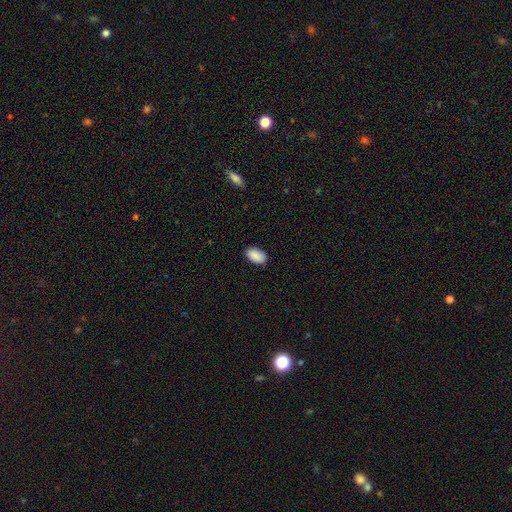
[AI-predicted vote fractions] A smooth galaxy with no disk features (91%) that is in between round and cigar-shaped (94%).

Vote fractions:
- Smooth or featured? smooth: 91% / star or artifact: 7% / featured or disk: 3%
- How rounded? in between: 94% / round: 4% / cigar-shaped: 1%
- Merging? none: 88% / minor disturbance: 9% / major disturbance: 2% / merger: 1%